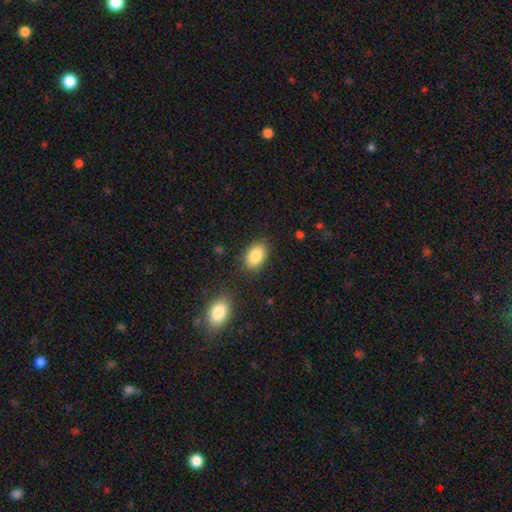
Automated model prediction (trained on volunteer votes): The model was most divided on "merging": none: 84%, minor disturbance: 10%, major disturbance: 3%, merger: 2%. More confident: how rounded — in between (89%); smooth or featured — smooth (86%).